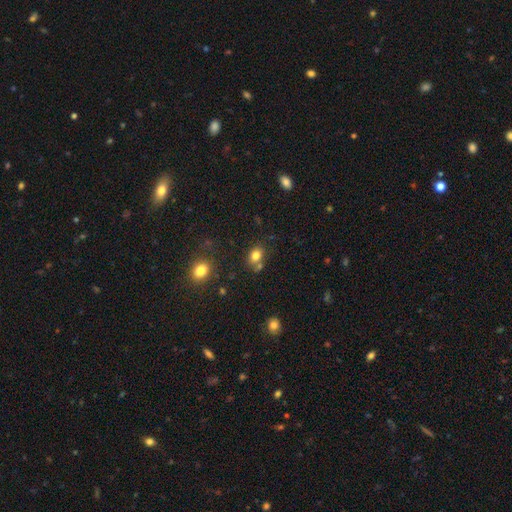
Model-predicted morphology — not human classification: smooth-or-featured: smooth: 80% | star or artifact: 12% | featured or disk: 8%
  how-rounded: in between: 63% | round: 36% | cigar-shaped: 1%
  merging: none: 65% | merger: 17% | minor disturbance: 14% | major disturbance: 4%